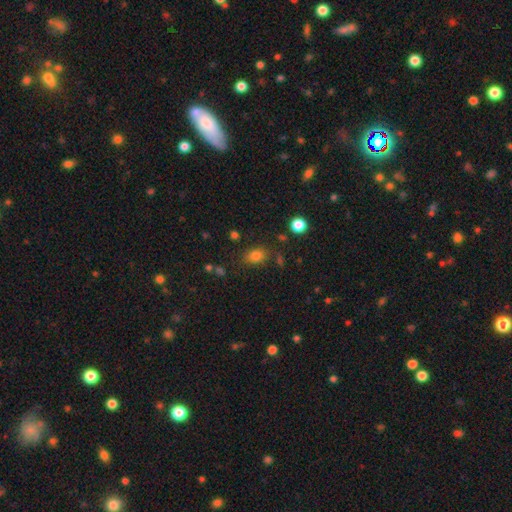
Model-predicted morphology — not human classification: Smooth or featured? Predicted: smooth (p=0.81). How rounded? Predicted: in between (p=0.73). Merging? Predicted: none (p=0.76).